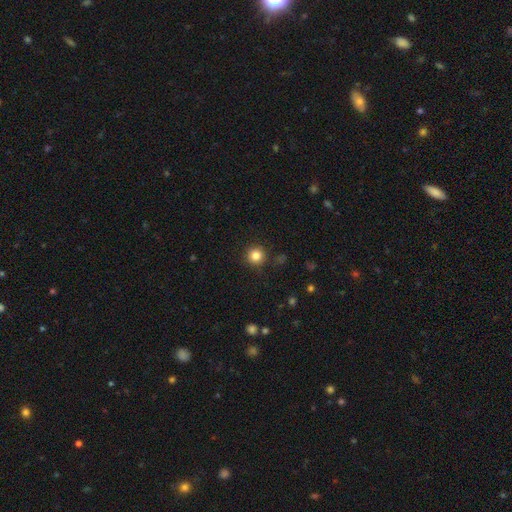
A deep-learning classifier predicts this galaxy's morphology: A smooth galaxy with no disk features (84%) that is round (95%).

Vote fractions:
- Smooth or featured? smooth: 84% / star or artifact: 12% / featured or disk: 5%
- How rounded? round: 95% / in between: 4% / cigar-shaped: 1%
- Merging? none: 91% / minor disturbance: 6% / major disturbance: 2% / merger: 1%